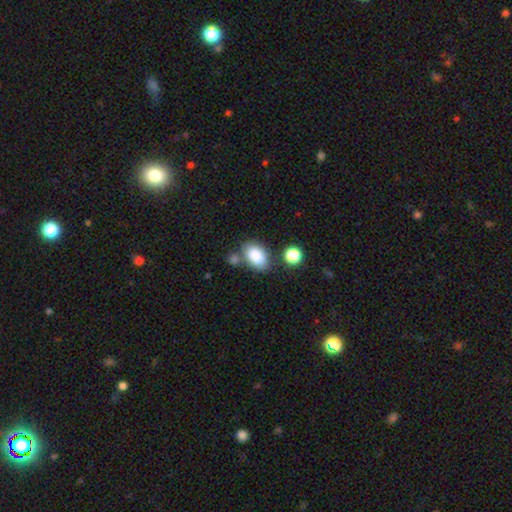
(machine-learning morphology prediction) A smooth galaxy with no disk features (85%) that is in between round and cigar-shaped (88%). Merging: none (63%).